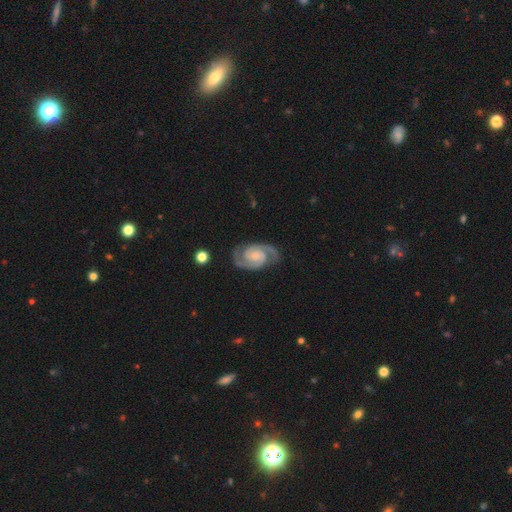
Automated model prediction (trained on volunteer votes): Smooth or featured? Predicted: featured or disk (p=0.93). Edge-on disk? Predicted: no (p=0.98). Bar? Predicted: no (p=0.51). Spiral arms? Predicted: yes (p=0.99). Spiral winding? Predicted: tight (p=0.51). Spiral arm count? Predicted: 2 (p=0.94). Bulge size? Predicted: small (p=0.34). Merging? Predicted: none (p=0.82).